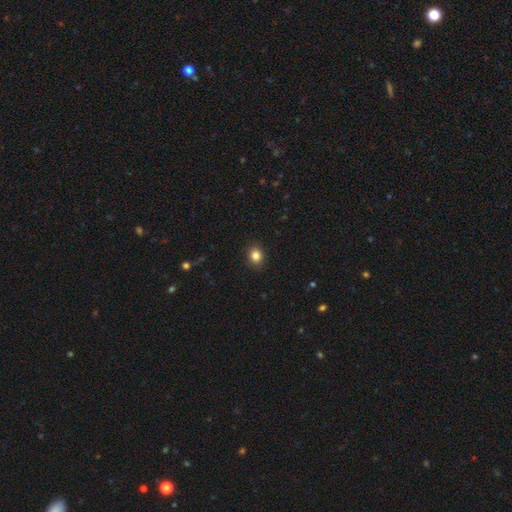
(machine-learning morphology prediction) type=smooth (85%); roundness=round (65%); merging=none (90%).